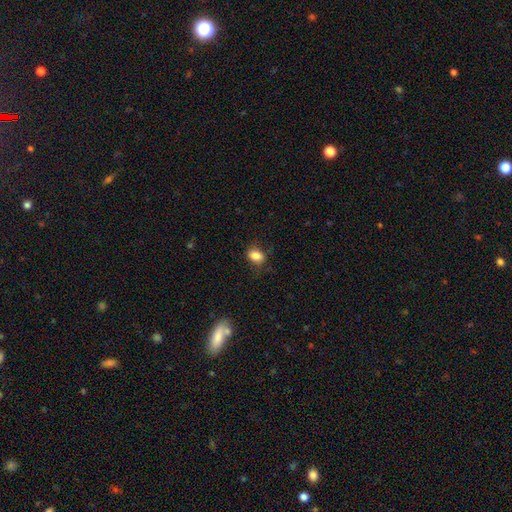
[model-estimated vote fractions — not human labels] Smooth or featured?
  - smooth: 84% *
  - star or artifact: 10%
  - featured or disk: 6%
How rounded?
  - in between: 69% *
  - round: 30%
  - cigar-shaped: 1%
Merging?
  - none: 75% *
  - minor disturbance: 18%
  - major disturbance: 5%
  - merger: 1%